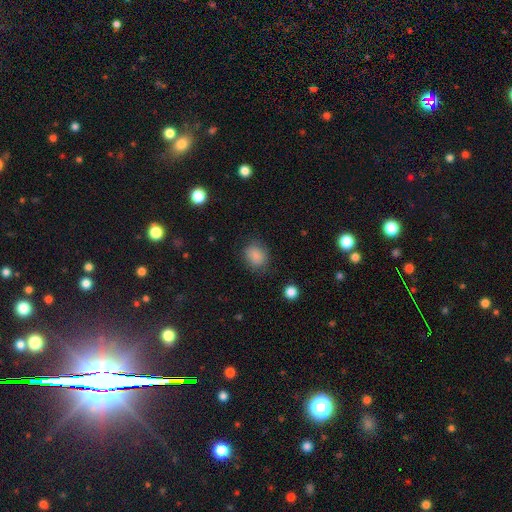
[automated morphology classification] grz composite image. It shows a smooth galaxy with no disk features (85%) that is round (57%). Merging: none (77%).